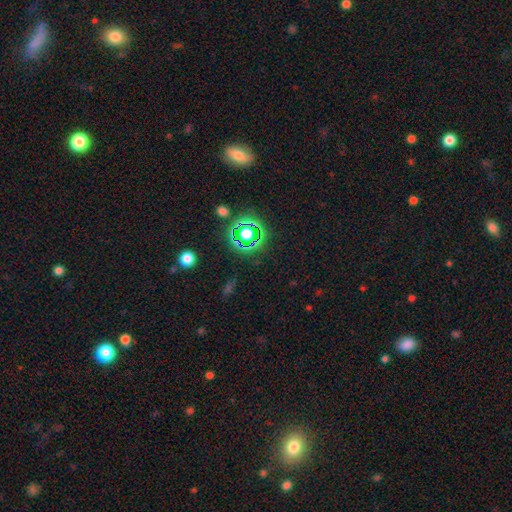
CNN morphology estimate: smooth-or-featured: star or artifact: 71% | smooth: 20% | featured or disk: 9%